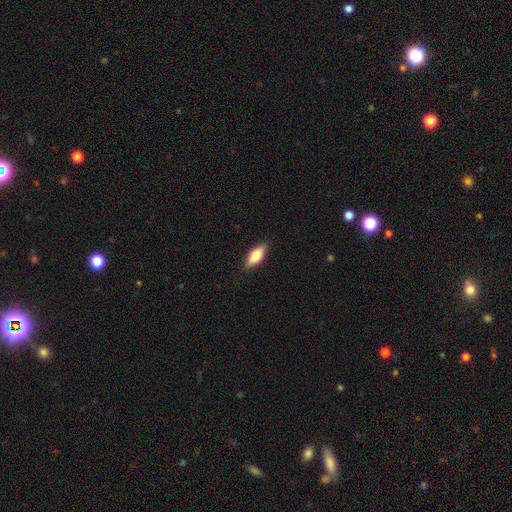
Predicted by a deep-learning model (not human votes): Q: Smooth or featured?
A: smooth (71%); runner-up: featured or disk (22%)
Q: How rounded?
A: in between (77%); runner-up: cigar-shaped (20%)
Q: Merging?
A: none (86%); runner-up: minor disturbance (11%)